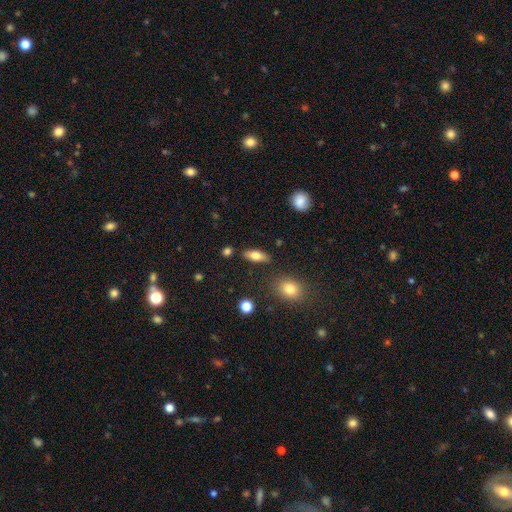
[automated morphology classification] This appears to be a smooth galaxy with no disk features (71%) that is in between round and cigar-shaped (76%). Merging: none (81%).